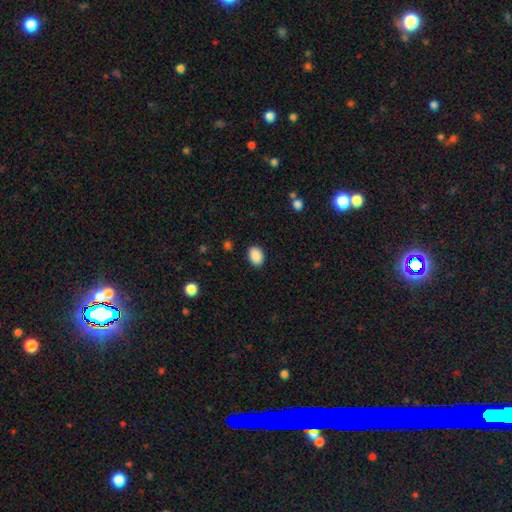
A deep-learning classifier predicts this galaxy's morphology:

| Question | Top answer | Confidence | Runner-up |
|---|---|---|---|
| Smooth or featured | smooth | 90% | star or artifact (8%) |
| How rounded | in between | 76% | round (23%) |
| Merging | none | 88% | minor disturbance (9%) |